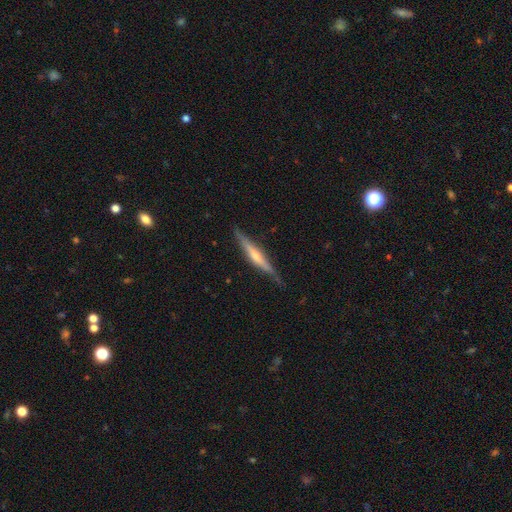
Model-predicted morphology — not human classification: Smooth or featured?
  - featured or disk: 68% *
  - smooth: 26%
  - star or artifact: 6%
Edge-on disk?
  - yes: 96% *
  - no: 4%
Edge-on bulge?
  - rounded: 66% *
  - none: 21%
  - boxy: 14%
Merging?
  - none: 84% *
  - minor disturbance: 13%
  - major disturbance: 2%
  - merger: 1%